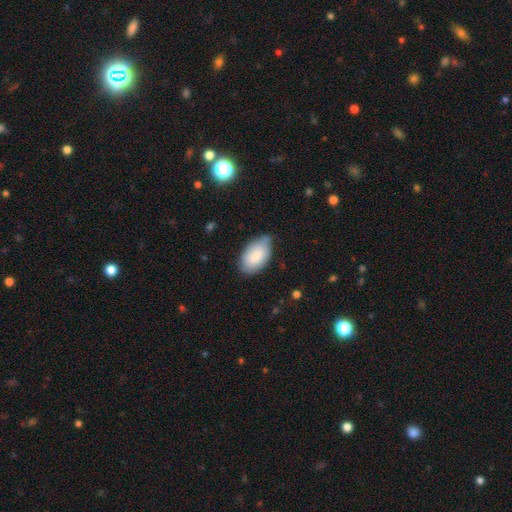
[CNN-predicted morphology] Smooth or featured? smooth (84%)
How rounded? in between (95%)
Merging? none (63%)